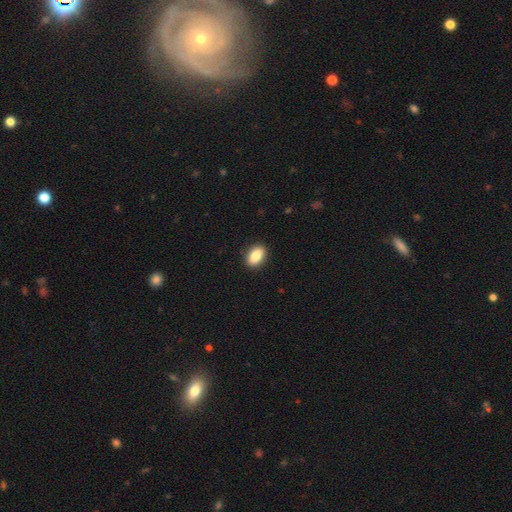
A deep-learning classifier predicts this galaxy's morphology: Smooth or featured: smooth — 85% (featured or disk — 7%)
How rounded: in between — 88% (round — 10%)
Merging: none — 90% (minor disturbance — 7%)